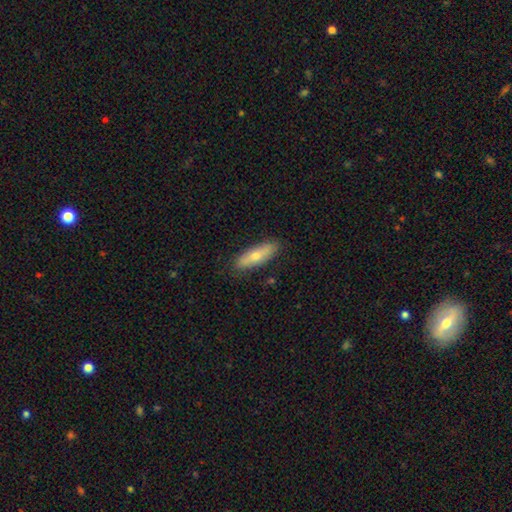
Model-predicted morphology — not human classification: smooth_or_featured: smooth (p=0.62) [alt: featured or disk p=0.32]
how_rounded: cigar-shaped (p=0.58) [alt: in between p=0.39]
merging: none (p=0.87) [alt: minor disturbance p=0.10]